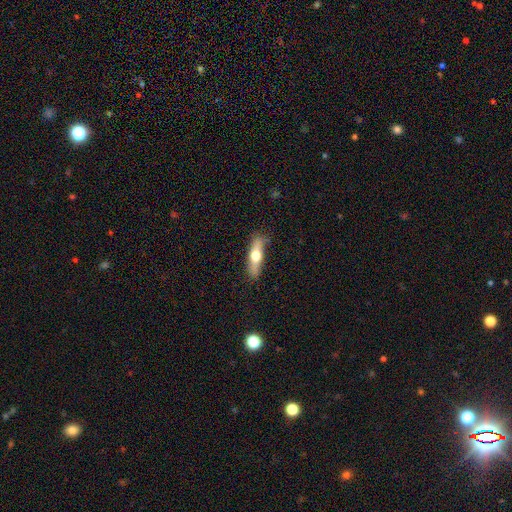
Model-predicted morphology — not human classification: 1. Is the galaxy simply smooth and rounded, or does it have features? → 48% featured or disk, 46% smooth, 6% star or artifact.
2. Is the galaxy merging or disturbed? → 79% none, 15% minor disturbance, 4% major disturbance, 2% merger.